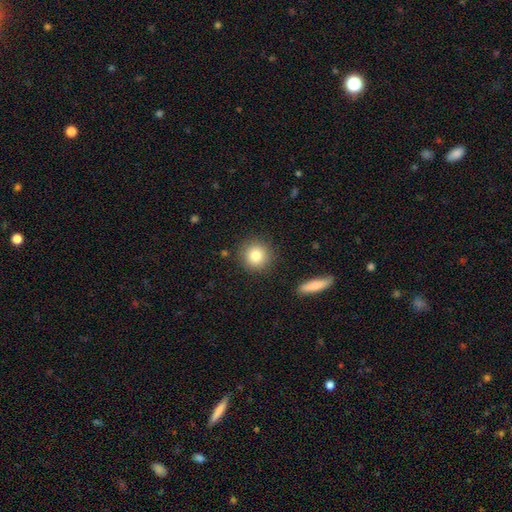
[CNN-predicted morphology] Q: Smooth or featured?
A: smooth (83%); runner-up: star or artifact (9%)
Q: How rounded?
A: round (92%); runner-up: in between (7%)
Q: Merging?
A: none (88%); runner-up: minor disturbance (7%)